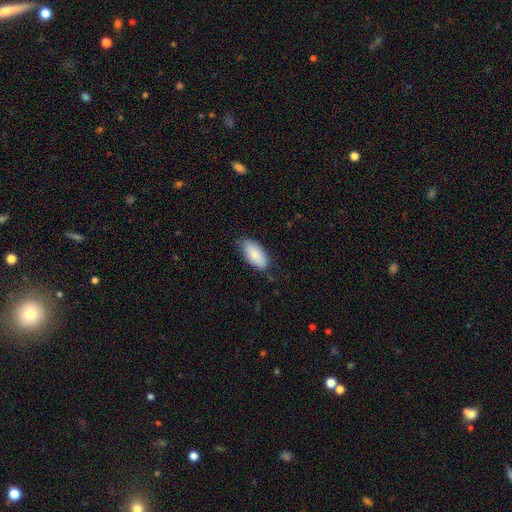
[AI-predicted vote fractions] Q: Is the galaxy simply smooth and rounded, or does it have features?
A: smooth — 83%.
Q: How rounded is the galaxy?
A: in between — 91%.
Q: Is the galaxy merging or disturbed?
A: none — 72%.